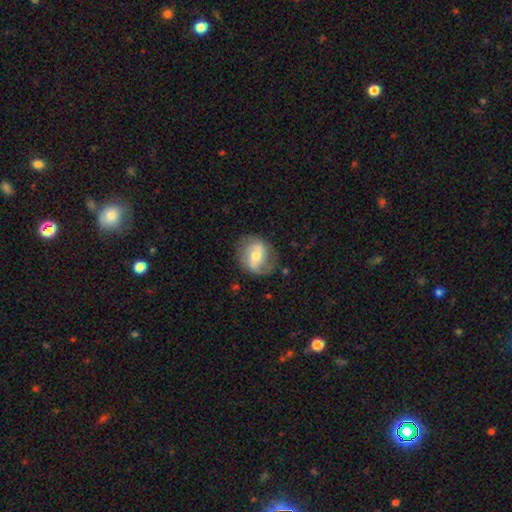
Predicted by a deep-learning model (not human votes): A featured or disk galaxy (59%) with a weak bar (41%), spiral arms (77%) and a moderate central bulge (58%). Merging: none (70%).